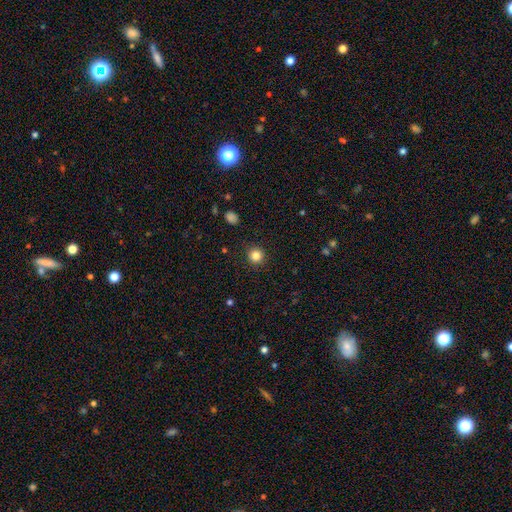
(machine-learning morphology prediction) This appears to be a smooth galaxy with no disk features (84%) that is round (94%). Merging: none (91%).